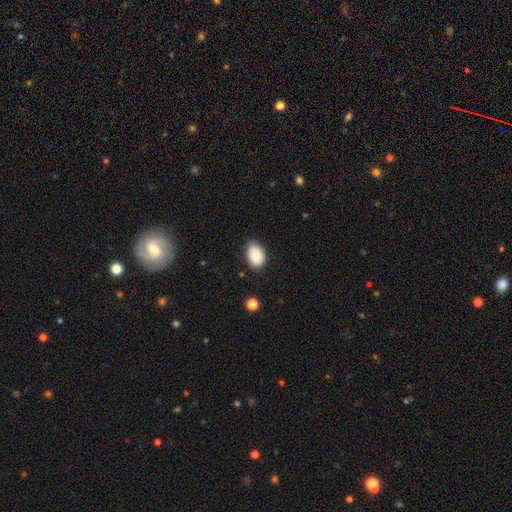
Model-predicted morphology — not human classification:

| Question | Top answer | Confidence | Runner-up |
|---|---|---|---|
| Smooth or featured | smooth | 88% | star or artifact (7%) |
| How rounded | in between | 85% | round (14%) |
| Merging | none | 82% | minor disturbance (14%) |